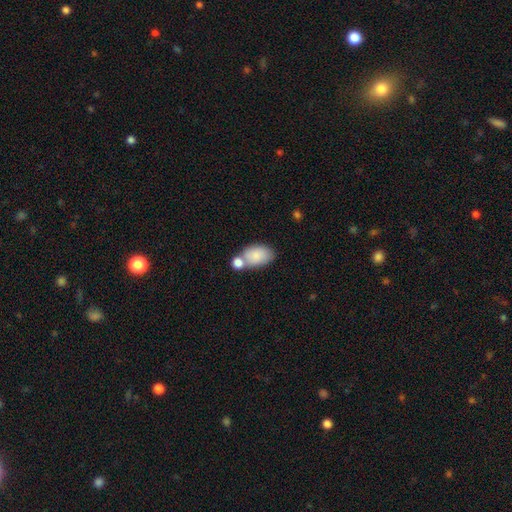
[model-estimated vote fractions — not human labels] Smooth or featured: smooth — 84% (featured or disk — 9%)
How rounded: in between — 91% (round — 7%)
Merging: none — 46% (merger — 34%)